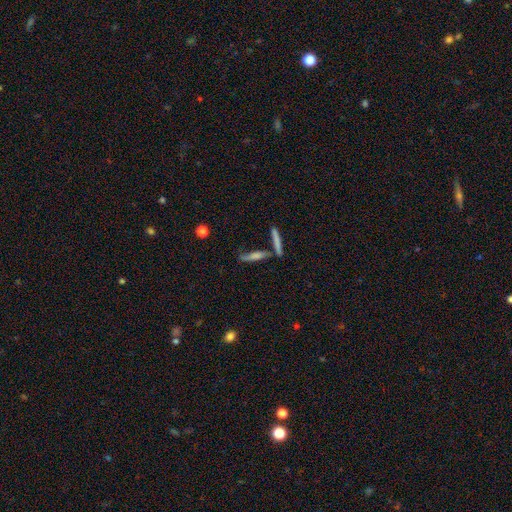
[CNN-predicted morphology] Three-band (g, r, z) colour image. It shows a featured or disk galaxy (53%) viewed edge-on (91%). Merging: none (69%).